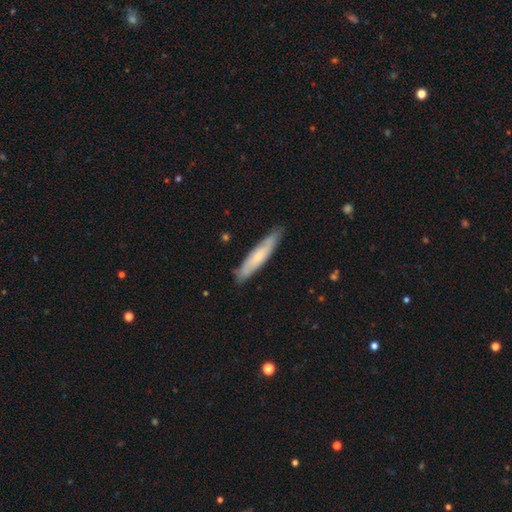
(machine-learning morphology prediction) This appears to be a smooth galaxy with no disk features (51%) that is cigar-shaped (89%). Merging: none (86%).